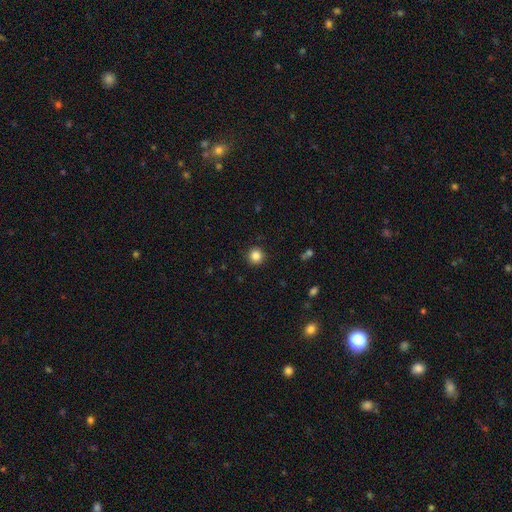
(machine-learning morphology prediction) smooth-or-featured: smooth: 85% | star or artifact: 11% | featured or disk: 4%
  how-rounded: round: 95% | in between: 4% | cigar-shaped: 1%
  merging: none: 92% | minor disturbance: 5% | major disturbance: 2% | merger: 1%